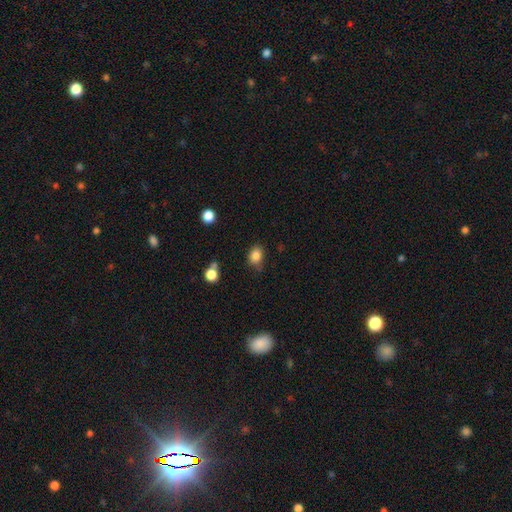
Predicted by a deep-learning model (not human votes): Q: Smooth or featured?
A: smooth (84%); runner-up: star or artifact (10%)
Q: How rounded?
A: in between (61%); runner-up: round (38%)
Q: Merging?
A: none (72%); runner-up: minor disturbance (21%)